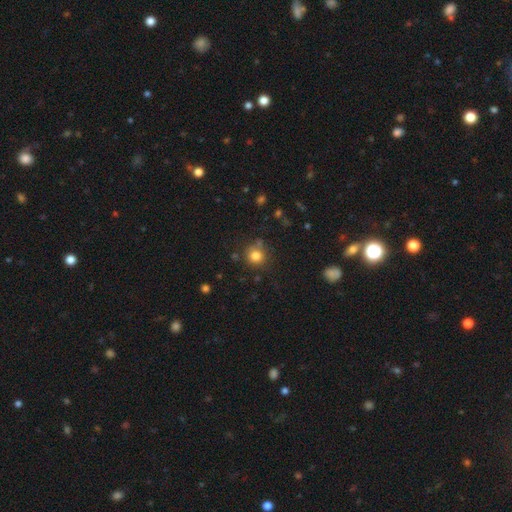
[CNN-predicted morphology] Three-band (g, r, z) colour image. It shows a smooth galaxy with no disk features (81%) that is round (91%). Merging: none (77%).